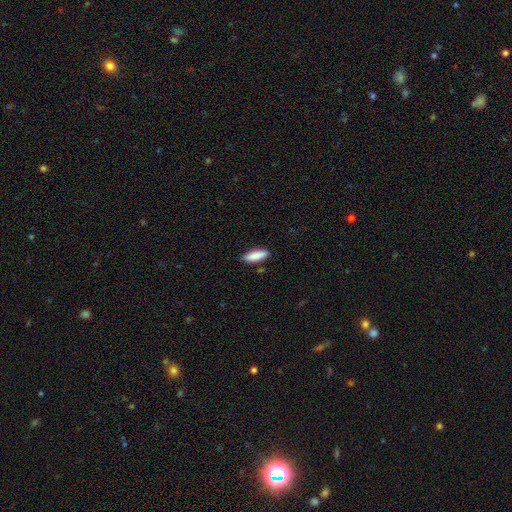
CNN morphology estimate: Smooth or featured? smooth (88%)
How rounded? in between (53%)
Merging? none (85%)